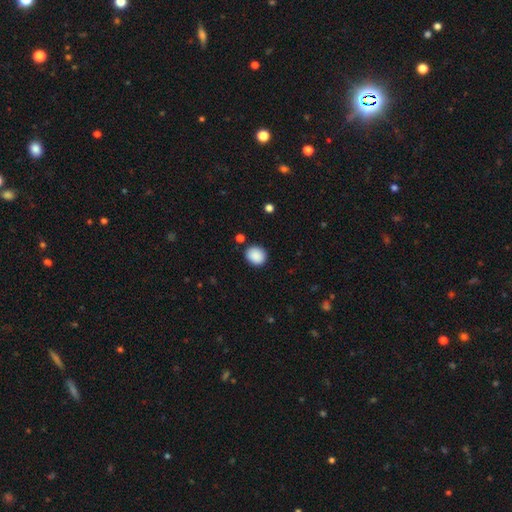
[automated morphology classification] Smooth or featured: smooth — 89% (star or artifact — 8%)
How rounded: round — 66% (in between — 33%)
Merging: none — 85% (minor disturbance — 9%)